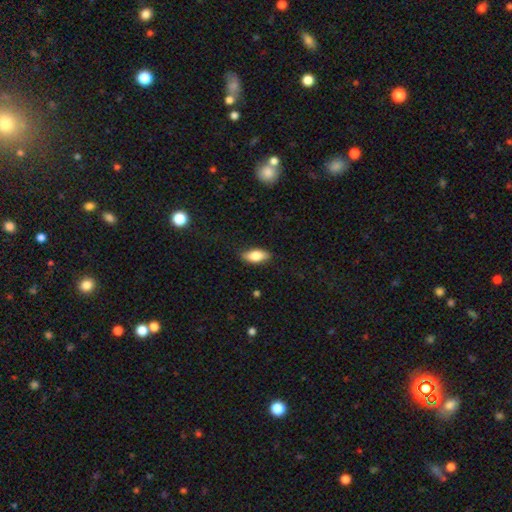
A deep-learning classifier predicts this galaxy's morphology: smooth-or-featured: smooth: 81% | featured or disk: 13% | star or artifact: 7%
  how-rounded: in between: 86% | cigar-shaped: 11% | round: 3%
  merging: none: 85% | minor disturbance: 11% | major disturbance: 2% | merger: 1%